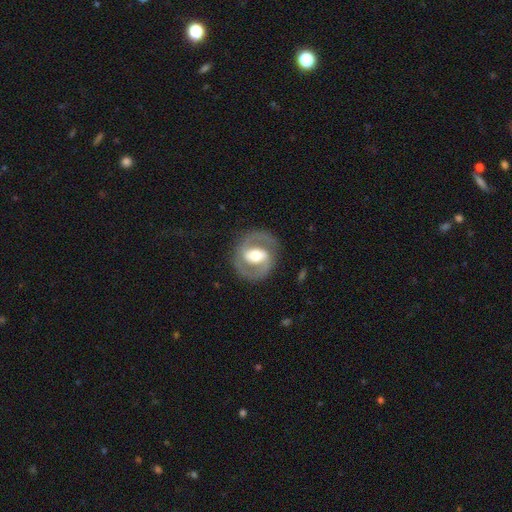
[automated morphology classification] This is clearly a featured or disk galaxy (81%). It is clearly not viewed edge-on (97%). Bar: marginally strong (39%, tied with weak). Spiral arm pattern: clearly yes (84%). Spiral arm count: clearly 2 (90%). Spiral winding: possibly medium (52%). Central bulge: likely moderate (61%). Merging: clearly none (84%).